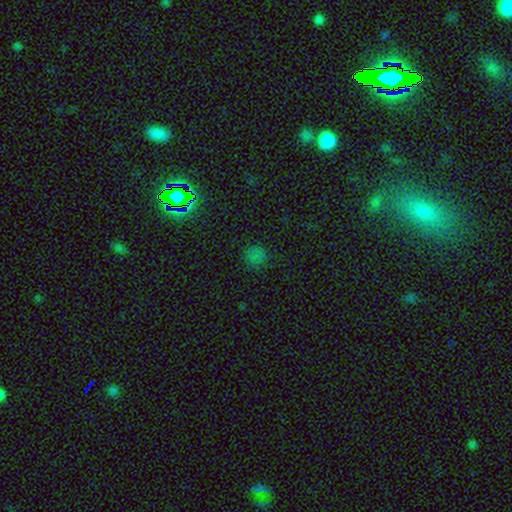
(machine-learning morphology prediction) type=smooth (65%); roundness=round (90%); merging=none (84%).